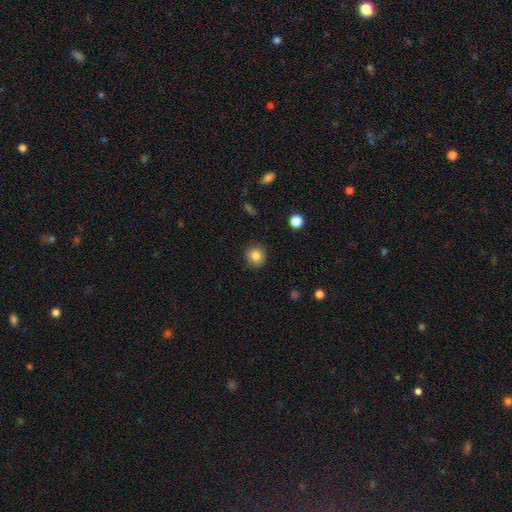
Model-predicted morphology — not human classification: Smooth or featured: smooth — 84% (star or artifact — 10%)
How rounded: round — 87% (in between — 12%)
Merging: none — 88% (minor disturbance — 8%)